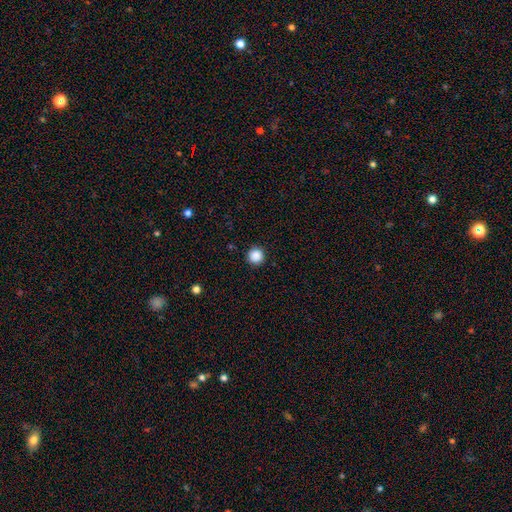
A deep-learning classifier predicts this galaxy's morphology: smooth_or_featured: smooth (p=0.88) [alt: star or artifact p=0.10]
how_rounded: round (p=0.96) [alt: in between p=0.03]
merging: none (p=0.93) [alt: minor disturbance p=0.05]